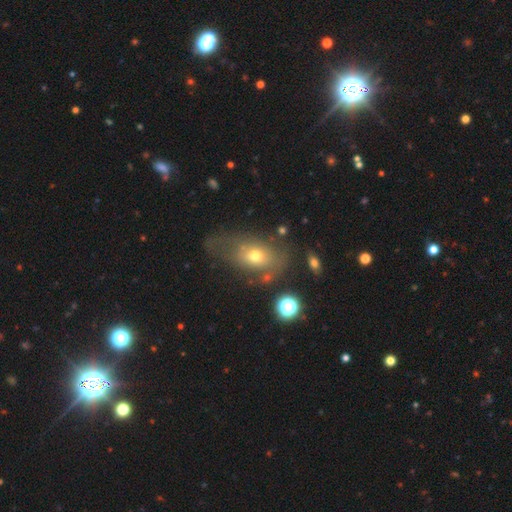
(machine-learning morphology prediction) smooth 57%, featured or disk 30%, star or artifact 13%. Down the decision tree: how rounded — in between (76%); merging — none (42%).